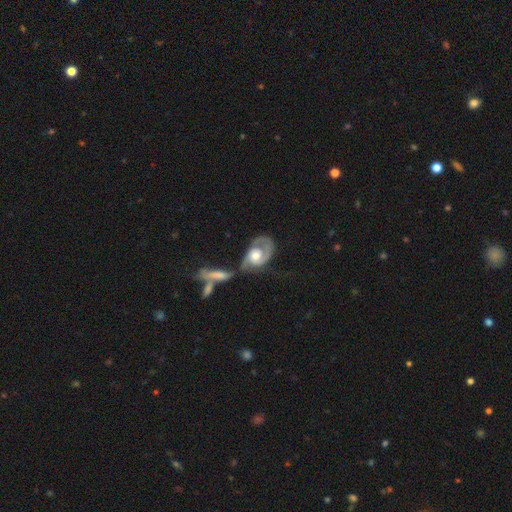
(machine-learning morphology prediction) smooth_or_featured: featured or disk (p=0.79) [alt: smooth p=0.17]
disk_edge_on: no (p=0.96) [alt: yes p=0.04]
bar: no (p=0.73) [alt: weak p=0.22]
has_spiral_arms: yes (p=0.88) [alt: no p=0.12]
spiral_winding: tight (p=0.42) [alt: medium p=0.39]
spiral_arm_count: 2 (p=0.55) [alt: 1 p=0.31]
bulge_size: moderate (p=0.54) [alt: large p=0.32]
merging: none (p=0.33) [alt: merger p=0.25]